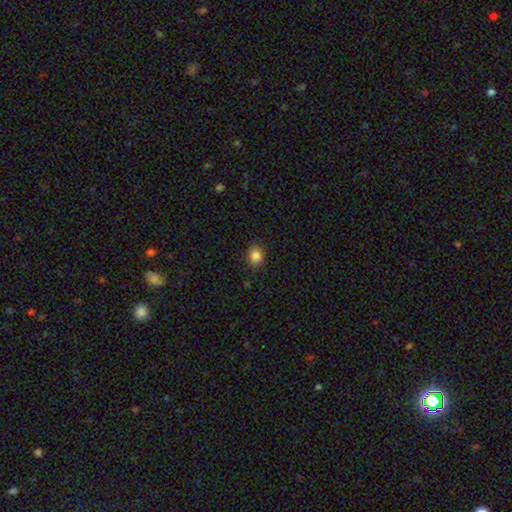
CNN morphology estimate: smooth 85%, star or artifact 11%, featured or disk 4%. Down the decision tree: how rounded — round (68%); merging — none (88%).